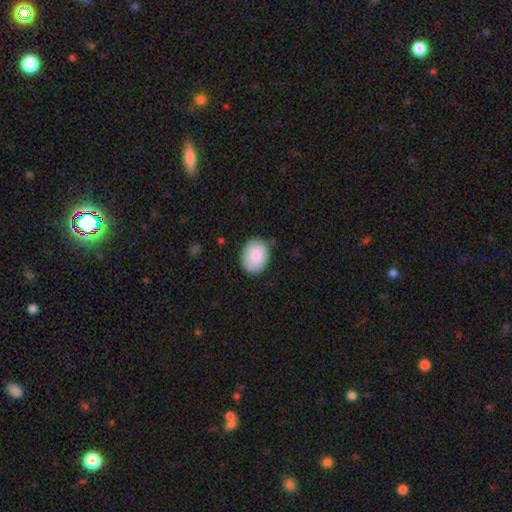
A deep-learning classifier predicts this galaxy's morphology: type=smooth (84%); roundness=in between (63%); merging=none (78%).